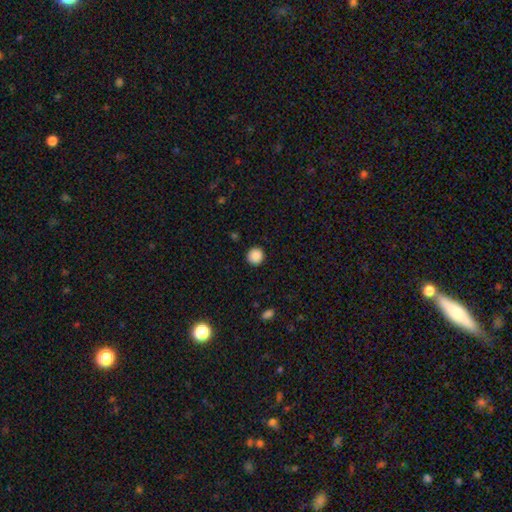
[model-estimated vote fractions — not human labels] Smooth or featured? smooth (88%)
How rounded? round (94%)
Merging? none (91%)